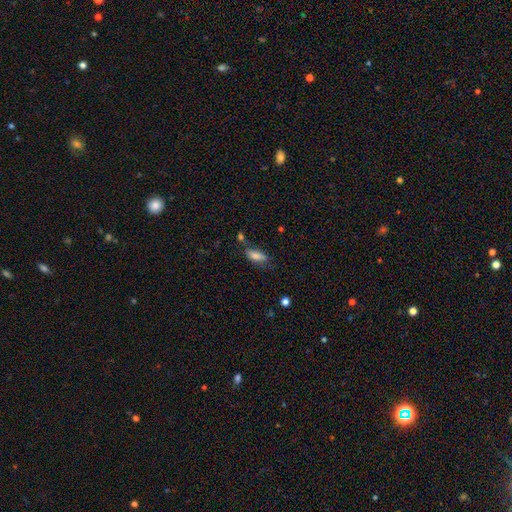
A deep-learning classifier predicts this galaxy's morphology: Smooth or featured? smooth (80%)
How rounded? in between (75%)
Merging? none (60%)